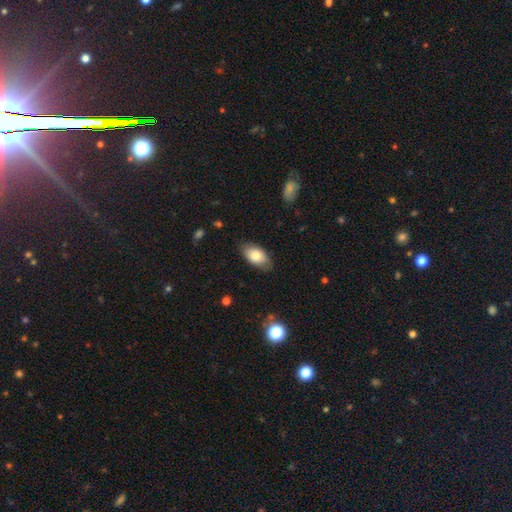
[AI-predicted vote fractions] The model was most divided on "merging": none: 80%, minor disturbance: 16%, major disturbance: 3%, merger: 1%. More confident: how rounded — in between (93%); smooth or featured — smooth (79%).